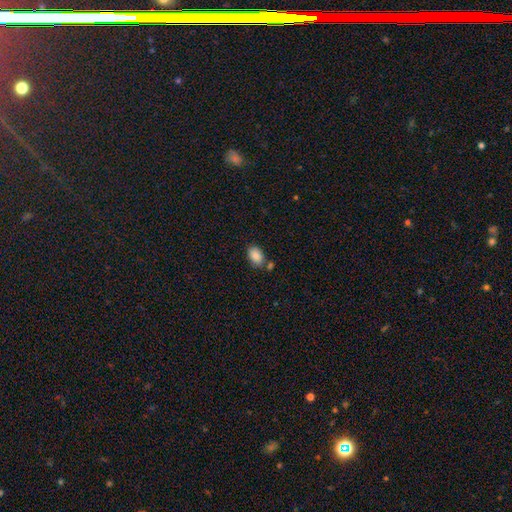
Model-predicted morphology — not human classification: Q: Smooth or featured?
A: smooth (88%); runner-up: star or artifact (8%)
Q: How rounded?
A: in between (89%); runner-up: round (10%)
Q: Merging?
A: none (69%); runner-up: minor disturbance (14%)